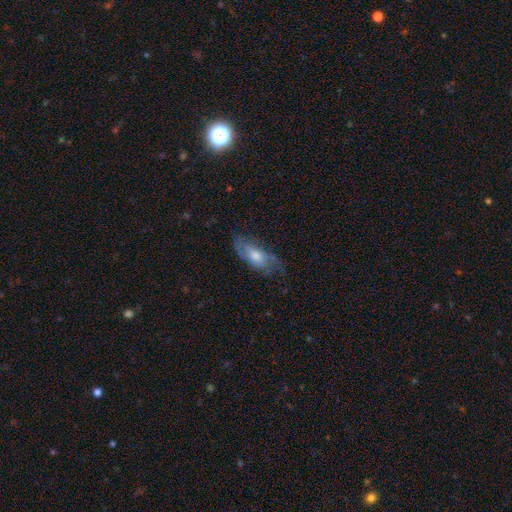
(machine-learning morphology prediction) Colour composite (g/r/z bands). It shows a featured or disk galaxy (62%) with no bar (70%), spiral arms (82%) and a moderate central bulge (63%). Merging: none (63%).